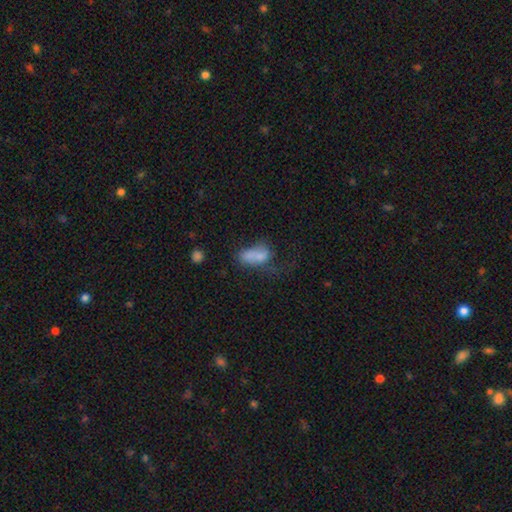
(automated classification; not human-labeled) This is likely a smooth galaxy (69%). How rounded: clearly in between (86%). Merging: marginally major disturbance (32%).